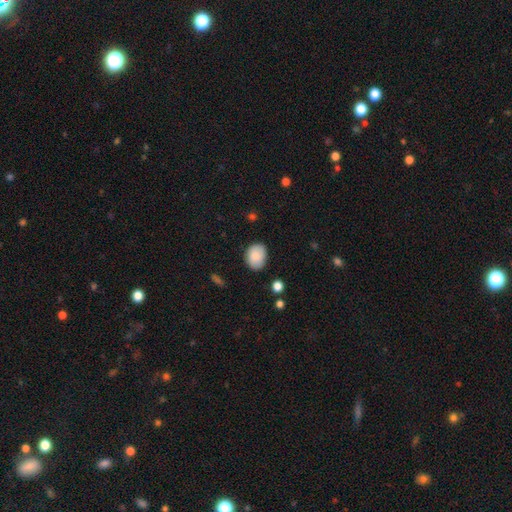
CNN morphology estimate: Smooth or featured? smooth (85%)
How rounded? in between (67%)
Merging? none (79%)